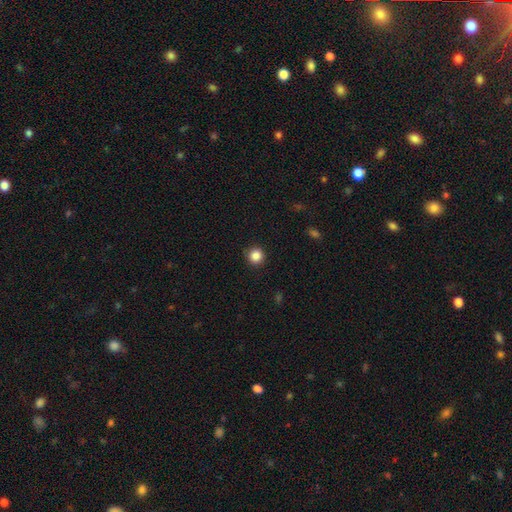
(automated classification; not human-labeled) smooth_or_featured: smooth (p=0.86) [alt: star or artifact p=0.11]
how_rounded: round (p=0.95) [alt: in between p=0.04]
merging: none (p=0.92) [alt: minor disturbance p=0.05]